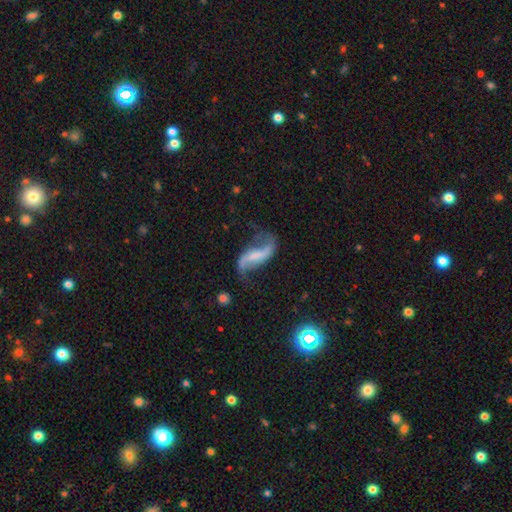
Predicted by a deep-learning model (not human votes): A featured or disk galaxy (85%) with a strong bar (40%), 2 (91%) loose (85%) spiral arms (94%) and no central bulge (51%). Merging: none (64%).